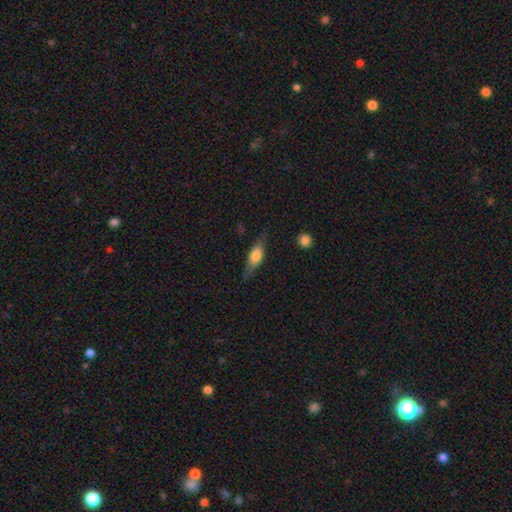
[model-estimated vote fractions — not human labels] Smooth or featured?
  - smooth: 58% *
  - featured or disk: 36%
  - star or artifact: 6%
How rounded?
  - in between: 54% *
  - cigar-shaped: 42%
  - round: 4%
Merging?
  - none: 75% *
  - minor disturbance: 18%
  - major disturbance: 5%
  - merger: 2%